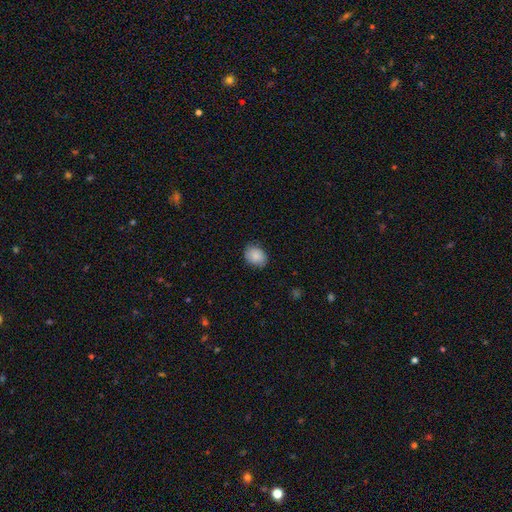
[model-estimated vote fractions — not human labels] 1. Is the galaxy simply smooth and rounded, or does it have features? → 88% smooth, 7% star or artifact, 5% featured or disk.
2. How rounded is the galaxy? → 61% in between, 38% round, 1% cigar-shaped.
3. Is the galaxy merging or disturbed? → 82% none, 14% minor disturbance, 3% major disturbance, 1% merger.